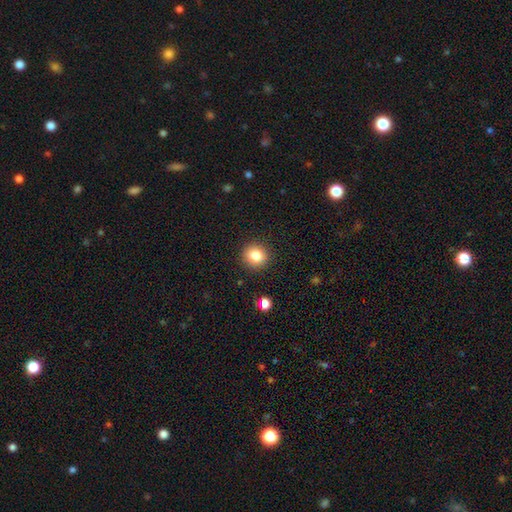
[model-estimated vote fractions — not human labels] Smooth or featured? Predicted: smooth (p=0.83). How rounded? Predicted: round (p=0.85). Merging? Predicted: none (p=0.90).